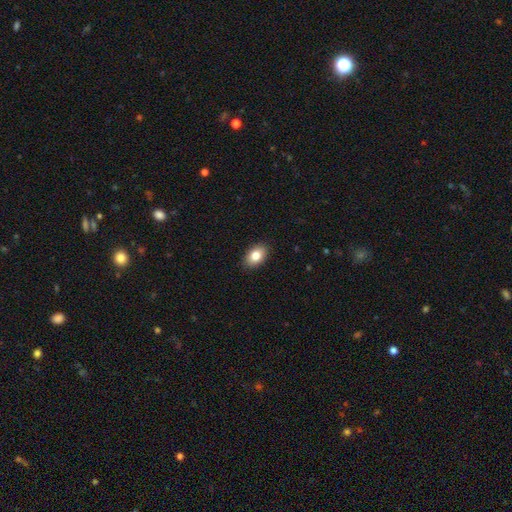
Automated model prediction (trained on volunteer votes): The model was most divided on "smooth or featured": smooth: 83%, featured or disk: 10%, star or artifact: 8%. More confident: merging — none (90%); how rounded — in between (88%).